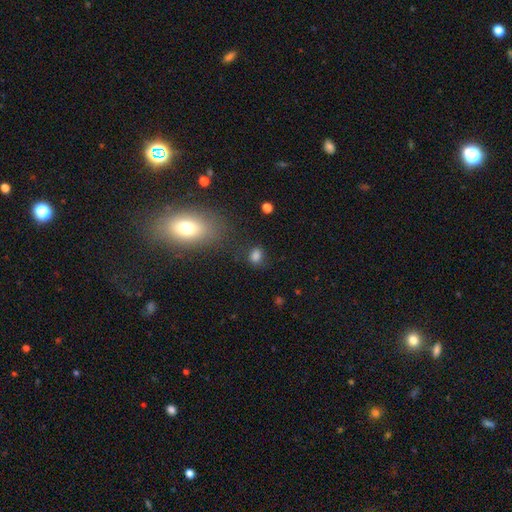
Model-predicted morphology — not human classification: Overall: smooth (80%). How rounded: in between (63%; round 35%). Merging: none (74%).